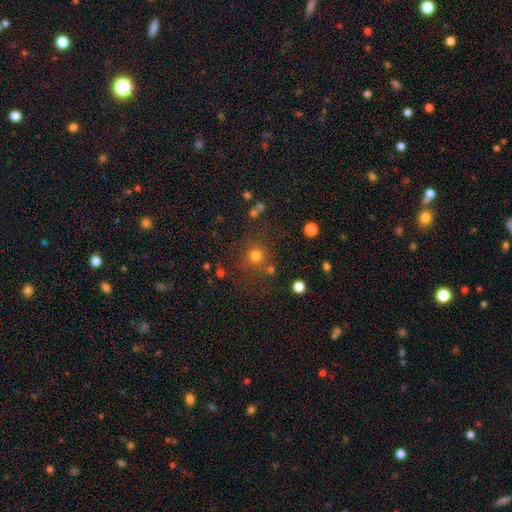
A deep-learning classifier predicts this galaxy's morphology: Smooth or featured: smooth — 75% (star or artifact — 18%)
How rounded: round — 92% (in between — 7%)
Merging: none — 77% (minor disturbance — 10%)